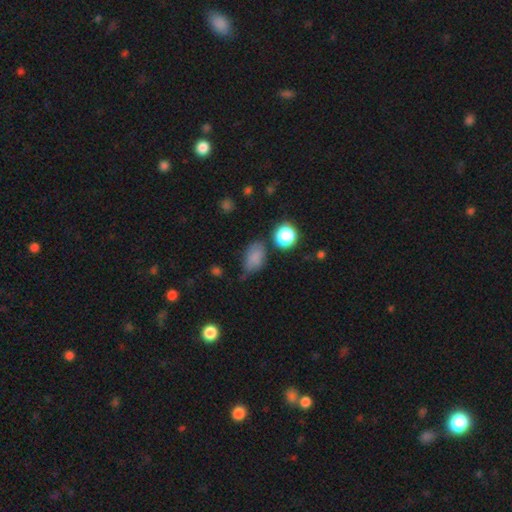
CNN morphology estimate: A smooth galaxy with no disk features (78%) that is in between round and cigar-shaped (82%). Merging: none (57%).